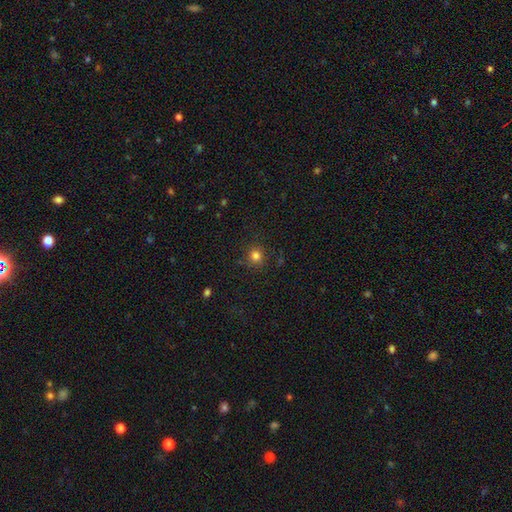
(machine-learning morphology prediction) smooth_or_featured: smooth (p=0.80) [alt: star or artifact p=0.15]
how_rounded: round (p=0.91) [alt: in between p=0.08]
merging: none (p=0.87) [alt: minor disturbance p=0.08]